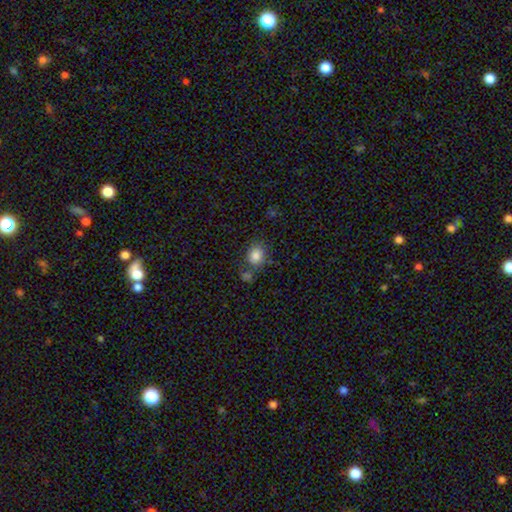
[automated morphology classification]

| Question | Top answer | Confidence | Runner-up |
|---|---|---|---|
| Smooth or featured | smooth | 84% | star or artifact (10%) |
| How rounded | round | 63% | in between (36%) |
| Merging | none | 62% | merger (18%) |